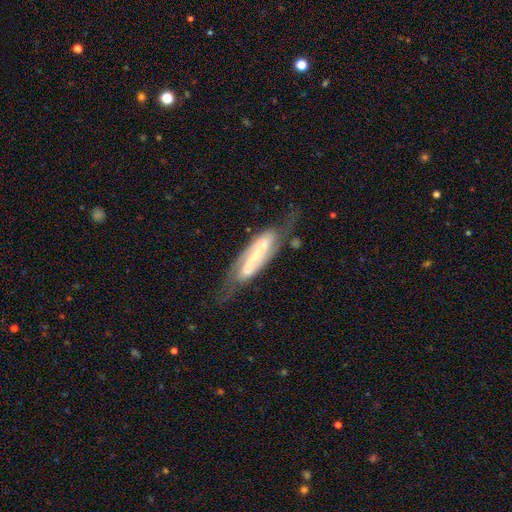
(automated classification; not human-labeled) A featured or disk galaxy (81%) with a strong bar (62%), 2 (86%) medium (43%) spiral arms (90%) and a small central bulge (62%).

Vote fractions:
- Smooth or featured? featured or disk: 81% / smooth: 13% / star or artifact: 6%
- Edge-on disk? no: 83% / yes: 17%
- Bar? strong: 62% / weak: 25% / no: 13%
- Spiral arms? yes: 90% / no: 10%
- Spiral winding? medium: 43% / loose: 31% / tight: 26%
- Spiral arm count? 2: 86% / can't tell: 9% / 1: 2% / 3: 1% / 4: 1% / more than 4: 1%
- Bulge size? small: 62% / moderate: 25% / none: 8% / large: 4% / dominant: 2%
- Merging? none: 64% / minor disturbance: 20% / major disturbance: 13% / merger: 3%